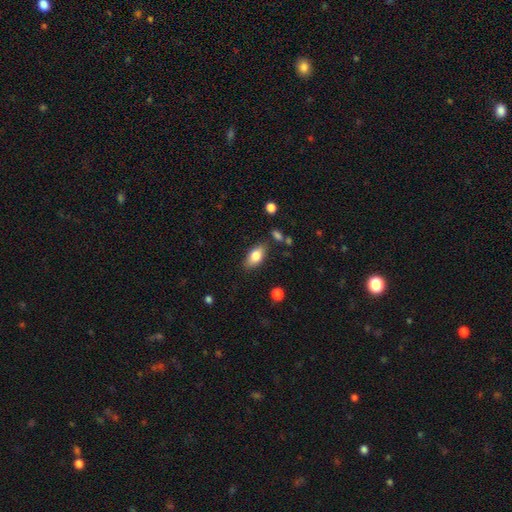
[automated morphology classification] Smooth or featured? smooth (80%)
How rounded? in between (89%)
Merging? none (81%)